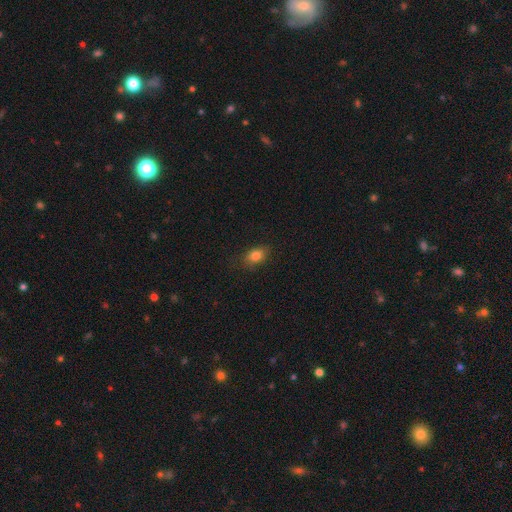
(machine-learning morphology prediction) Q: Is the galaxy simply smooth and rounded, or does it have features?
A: smooth — 82%.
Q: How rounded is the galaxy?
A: in between — 76%.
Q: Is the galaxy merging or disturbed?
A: none — 81%.